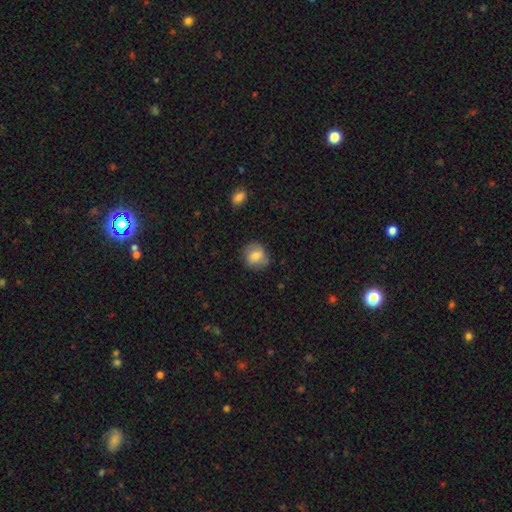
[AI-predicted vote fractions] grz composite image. It shows a smooth galaxy with no disk features (72%) that is round (79%). Merging: none (77%).